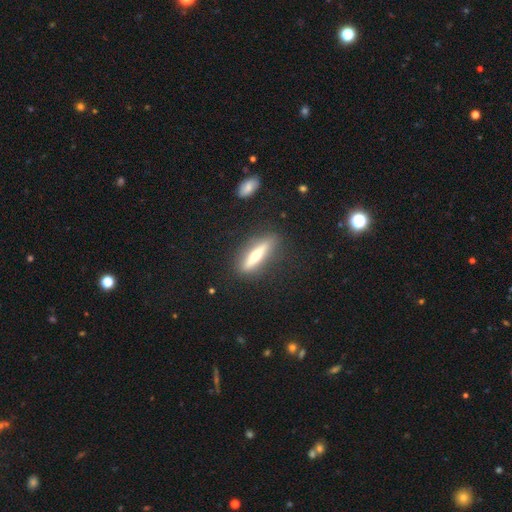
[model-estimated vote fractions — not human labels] Smooth or featured? featured or disk (58%)
Edge-on disk? yes (90%)
Edge-on bulge? rounded (90%)
Merging? none (85%)